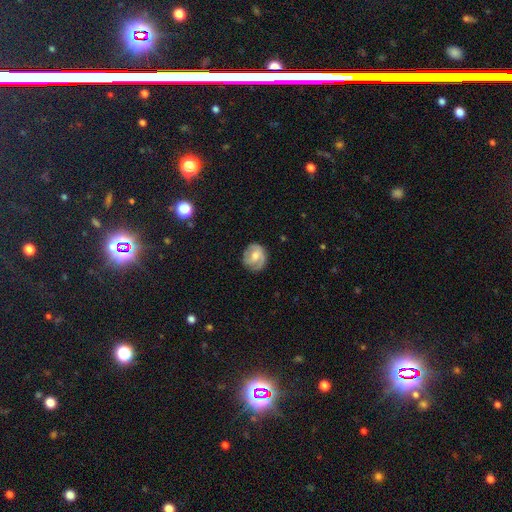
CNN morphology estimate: Smooth or featured: featured or disk — 64% (smooth — 30%)
Edge-on disk: no — 97% (yes — 3%)
Bar: weak — 45% (no — 39%)
Spiral arms: yes — 83% (no — 17%)
Spiral winding: tight — 48% (medium — 38%)
Spiral arm count: 2 — 59% (can't tell — 18%)
Bulge size: moderate — 62% (small — 29%)
Merging: none — 74% (minor disturbance — 19%)